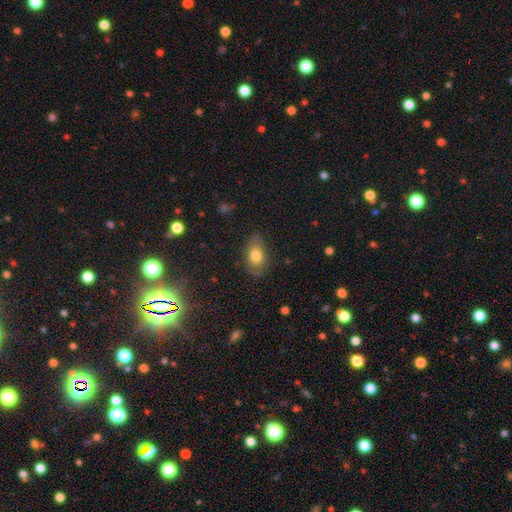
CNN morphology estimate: A smooth galaxy with no disk features (72%) that is in between round and cigar-shaped (85%).

Vote fractions:
- Smooth or featured? smooth: 72% / featured or disk: 19% / star or artifact: 9%
- How rounded? in between: 85% / round: 12% / cigar-shaped: 2%
- Merging? none: 76% / minor disturbance: 17% / major disturbance: 5% / merger: 1%